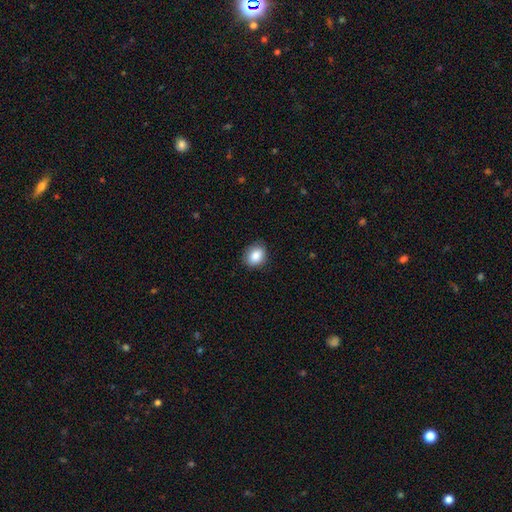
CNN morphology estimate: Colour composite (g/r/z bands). It shows a smooth galaxy with no disk features (87%) that is in between round and cigar-shaped (54%). Merging: none (85%).